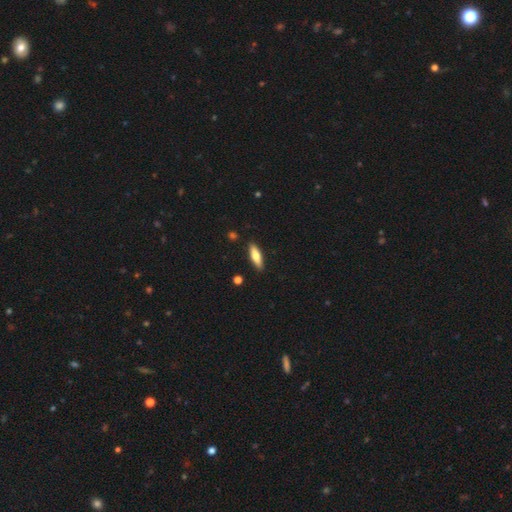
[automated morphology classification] smooth 71%, featured or disk 22%, star or artifact 6%. Down the decision tree: how rounded — cigar-shaped (55%); merging — none (87%).